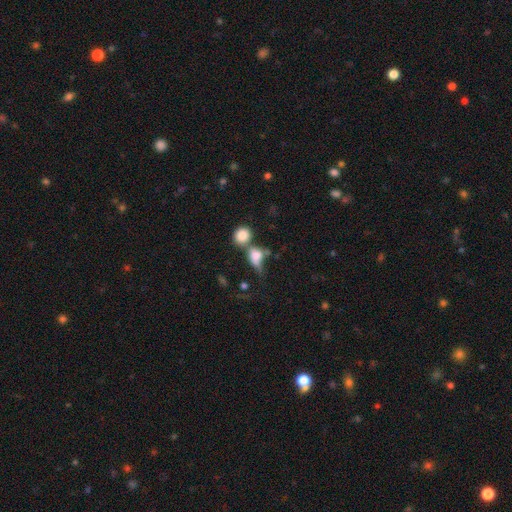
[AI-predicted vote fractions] Smooth or featured? smooth (72%)
How rounded? in between (50%)
Merging? merger (51%)